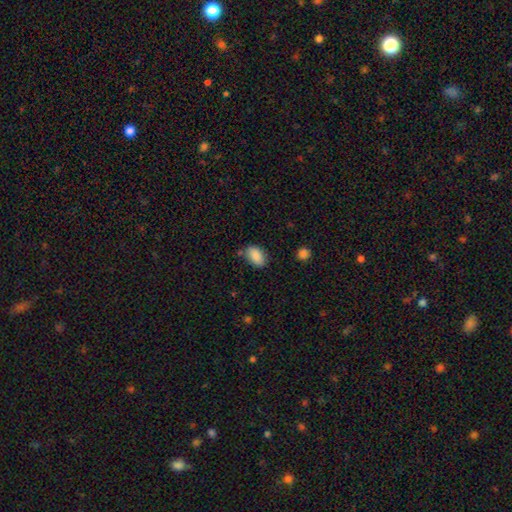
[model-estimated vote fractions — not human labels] Q: Smooth or featured?
A: smooth (87%); runner-up: star or artifact (7%)
Q: How rounded?
A: in between (90%); runner-up: round (8%)
Q: Merging?
A: none (74%); runner-up: minor disturbance (18%)